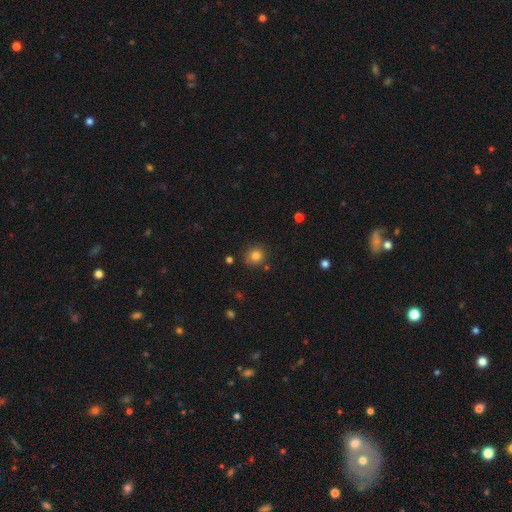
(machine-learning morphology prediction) The model was most divided on "smooth or featured": smooth: 81%, star or artifact: 13%, featured or disk: 6%. More confident: how rounded — round (89%); merging — none (84%).